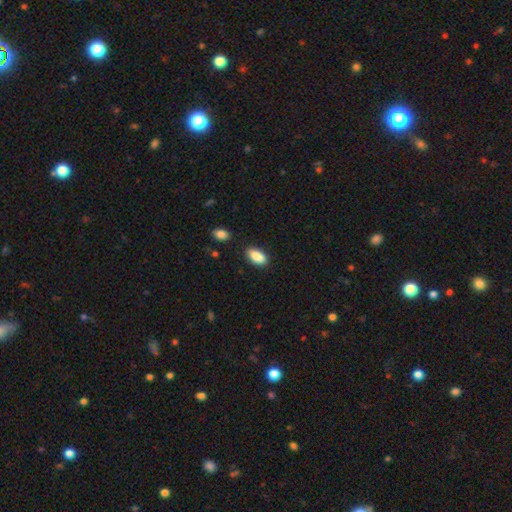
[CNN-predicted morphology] smooth-or-featured: smooth: 88% | star or artifact: 7% | featured or disk: 5%
  how-rounded: in between: 90% | cigar-shaped: 7% | round: 3%
  merging: none: 78% | minor disturbance: 14% | merger: 5% | major disturbance: 3%